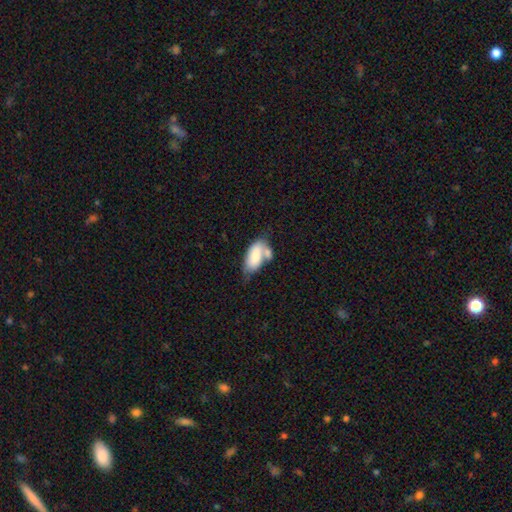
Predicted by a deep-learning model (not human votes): Smooth or featured: smooth — 74% (featured or disk — 20%)
How rounded: in between — 92% (cigar-shaped — 5%)
Merging: merger — 47% (none — 26%)